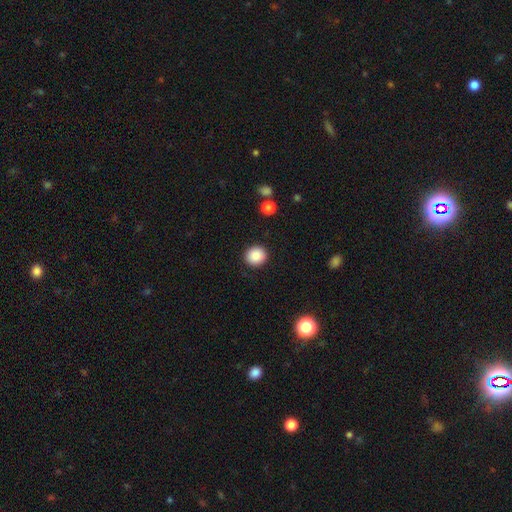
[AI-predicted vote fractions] Morphology: type=smooth (89%); roundness=round (86%); merging=none (91%).